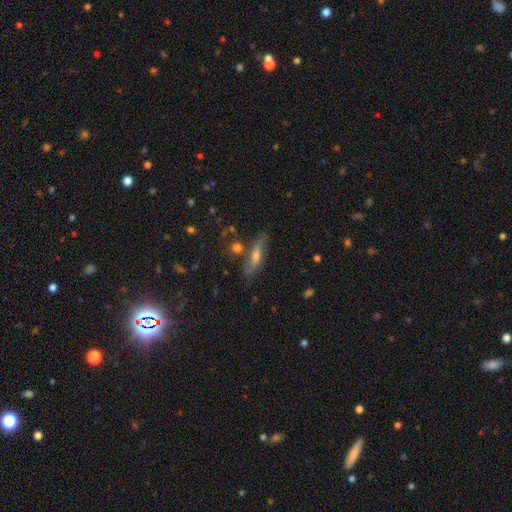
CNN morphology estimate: This is possibly a featured or disk galaxy (52%). It is likely viewed edge-on (61%). Merging: likely none (73%).